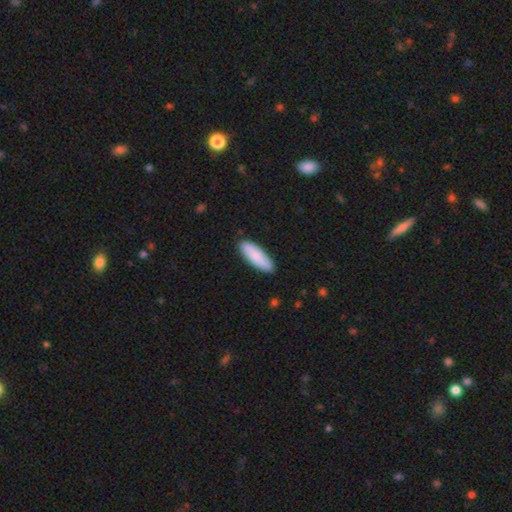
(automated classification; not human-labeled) Smooth or featured? Predicted: smooth (p=0.82). How rounded? Predicted: in between (p=0.52). Merging? Predicted: none (p=0.87).